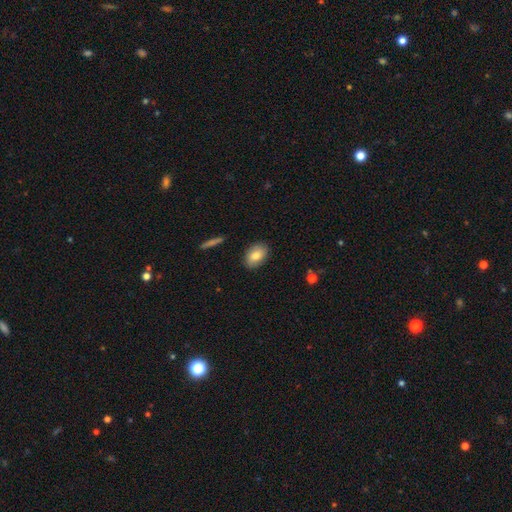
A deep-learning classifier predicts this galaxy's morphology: type=smooth (81%); roundness=in between (85%); merging=none (87%).